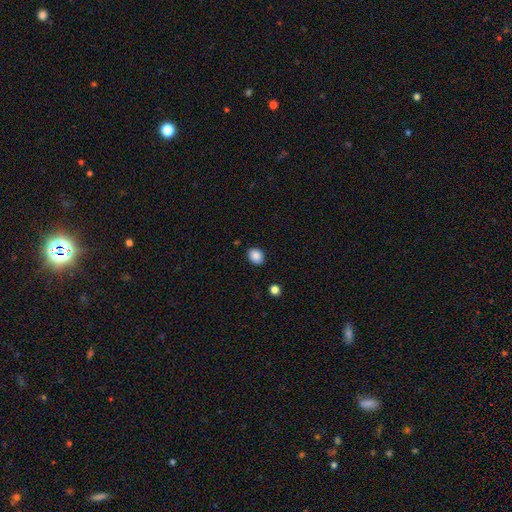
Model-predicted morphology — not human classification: smooth-or-featured: smooth: 88% | star or artifact: 9% | featured or disk: 3%
  how-rounded: in between: 56% | round: 43% | cigar-shaped: 1%
  merging: none: 89% | minor disturbance: 8% | major disturbance: 2% | merger: 1%